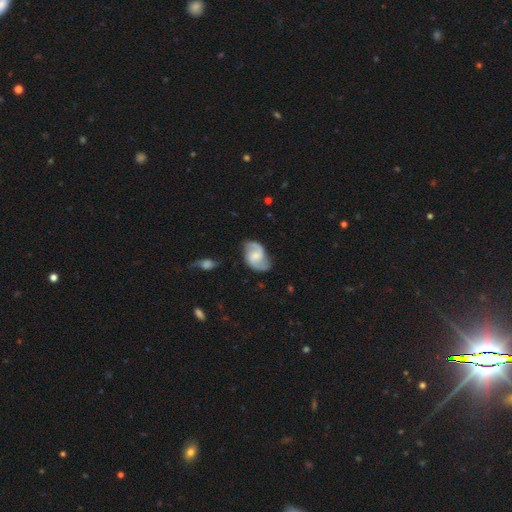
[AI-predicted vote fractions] The model was most divided on "bulge size": small: 37%, moderate: 35%, none: 19%, large: 7%, dominant: 2%. Remaining: edge-on disk — no (97%); spiral arms — yes (95%); spiral arm count — 2 (90%); smooth or featured — featured or disk (77%); merging — none (71%); spiral winding — medium (50%); bar — no (46%).